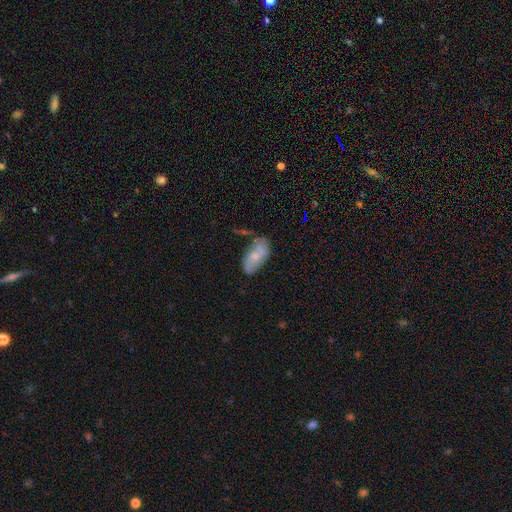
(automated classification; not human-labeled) Overall: featured or disk (52%; smooth 40%). Edge-on disk: no (93%). Merging: none (48%; minor disturbance 29%).